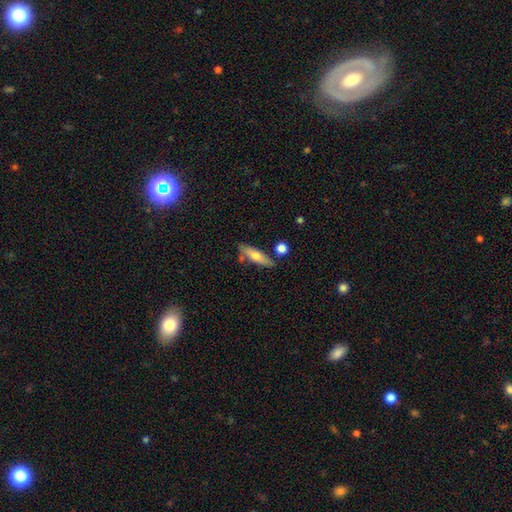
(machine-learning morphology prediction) smooth 59%, featured or disk 34%, star or artifact 6%. Down the decision tree: how rounded — cigar-shaped (62%); merging — none (73%).